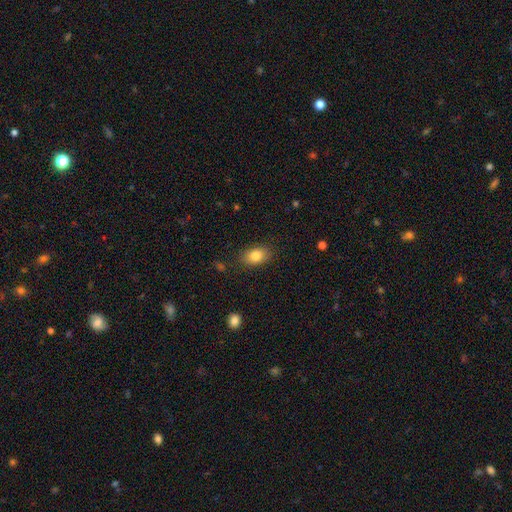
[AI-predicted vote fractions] Overall: smooth (83%). How rounded: in between (85%). Merging: none (84%).